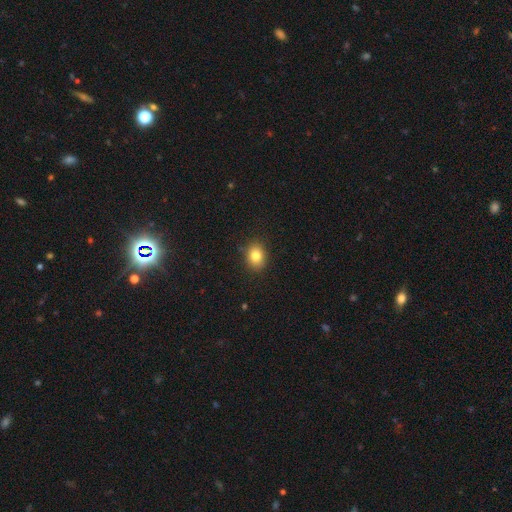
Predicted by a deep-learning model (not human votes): Smooth or featured: smooth — 81% (star or artifact — 11%)
How rounded: in between — 53% (round — 46%)
Merging: none — 88% (minor disturbance — 9%)